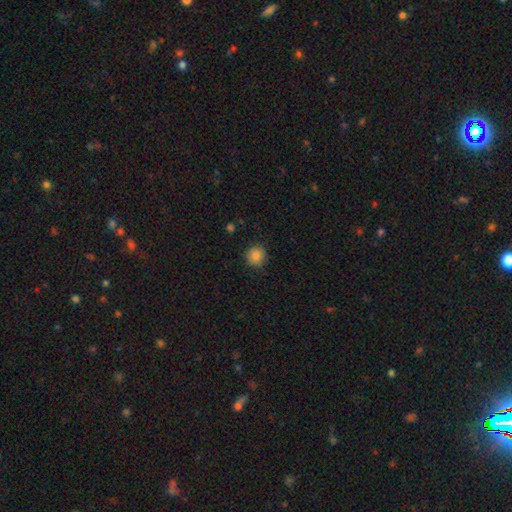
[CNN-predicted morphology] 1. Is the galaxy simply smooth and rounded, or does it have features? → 84% smooth, 10% star or artifact, 5% featured or disk.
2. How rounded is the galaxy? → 92% round, 7% in between, 1% cigar-shaped.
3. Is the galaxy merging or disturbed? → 89% none, 8% minor disturbance, 2% major disturbance, 1% merger.